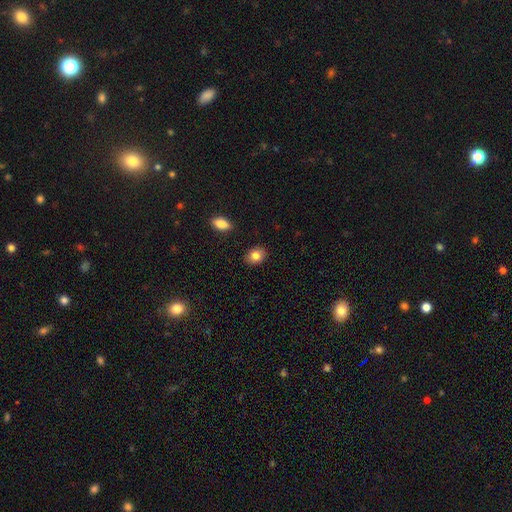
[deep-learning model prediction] Q: Smooth or featured?
A: smooth (83%); runner-up: star or artifact (9%)
Q: How rounded?
A: in between (62%); runner-up: round (37%)
Q: Merging?
A: none (89%); runner-up: minor disturbance (8%)